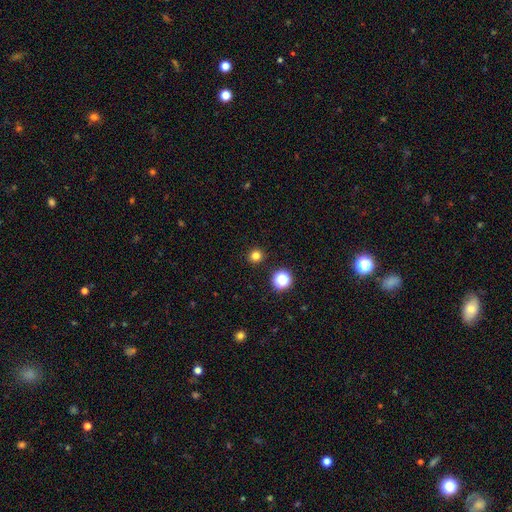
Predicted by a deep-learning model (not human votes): Smooth or featured? smooth (79%)
How rounded? round (93%)
Merging? none (92%)